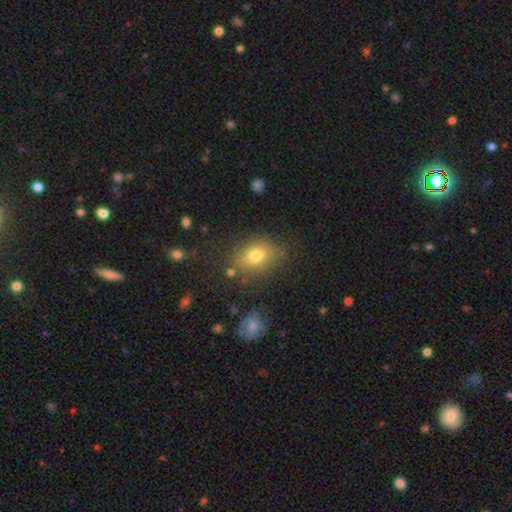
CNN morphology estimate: Smooth or featured? smooth (76%)
How rounded? in between (72%)
Merging? none (76%)